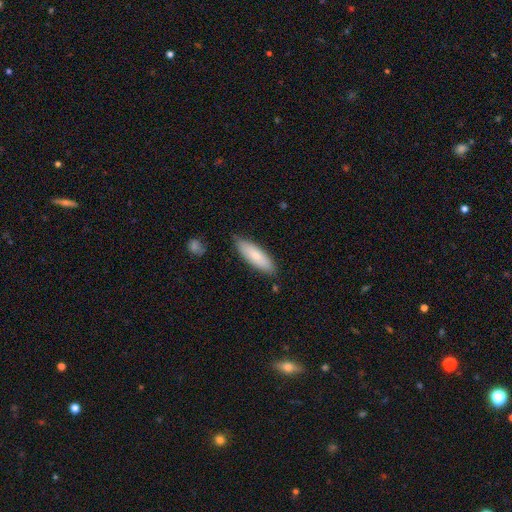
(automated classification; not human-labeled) Q: Smooth or featured?
A: smooth (78%); runner-up: featured or disk (16%)
Q: How rounded?
A: cigar-shaped (50%); runner-up: in between (48%)
Q: Merging?
A: none (81%); runner-up: minor disturbance (15%)